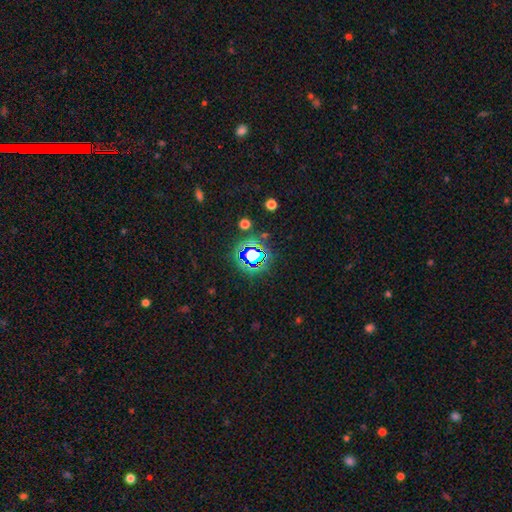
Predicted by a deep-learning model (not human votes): The model was most divided on "smooth or featured": star or artifact: 67%, smooth: 22%, featured or disk: 11%.